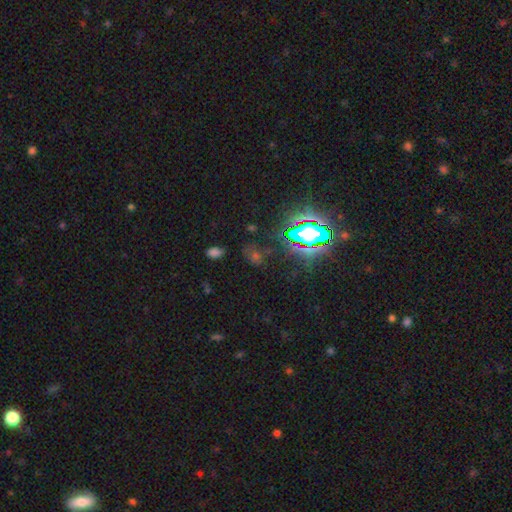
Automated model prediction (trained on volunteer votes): A star or artifact, not a galaxy (65%).

Vote fractions:
- Smooth or featured? star or artifact: 65% / smooth: 24% / featured or disk: 11%